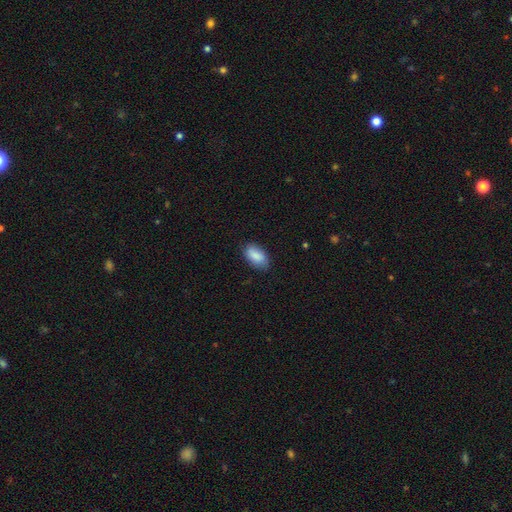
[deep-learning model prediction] This is clearly a smooth galaxy (87%). How rounded: clearly in between (93%). Merging: clearly none (80%).